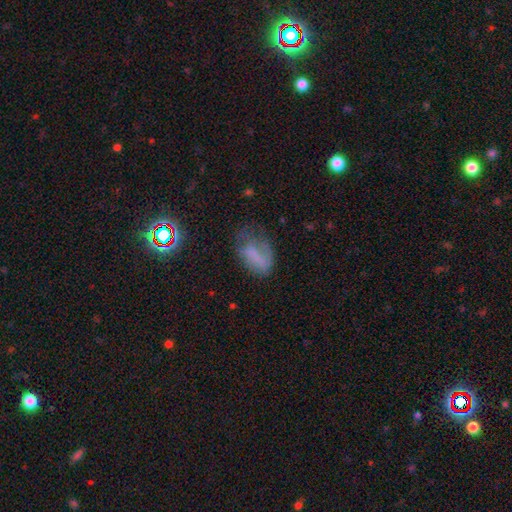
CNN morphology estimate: The model was most divided on "merging": none: 35%, major disturbance: 32%, minor disturbance: 31%, merger: 3%. More confident: how rounded — in between (84%); smooth or featured — smooth (57%).